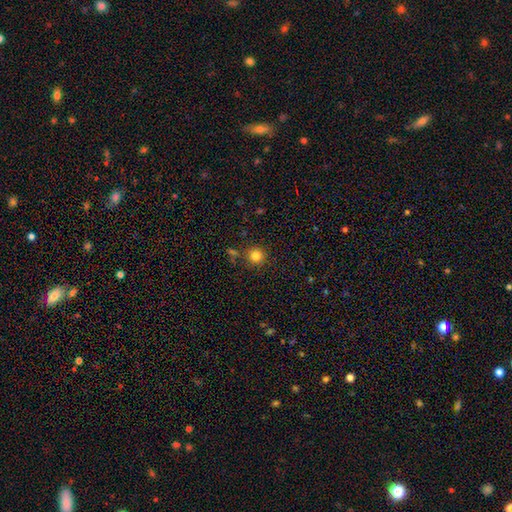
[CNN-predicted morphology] smooth-or-featured: smooth: 82% | star or artifact: 13% | featured or disk: 5%
  how-rounded: round: 94% | in between: 5% | cigar-shaped: 1%
  merging: none: 85% | minor disturbance: 8% | merger: 5% | major disturbance: 3%